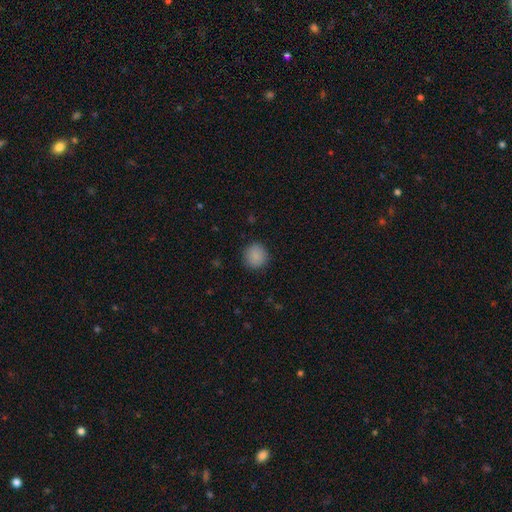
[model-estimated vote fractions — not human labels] This appears to be a smooth galaxy with no disk features (88%) that is round (91%). Merging: none (89%).